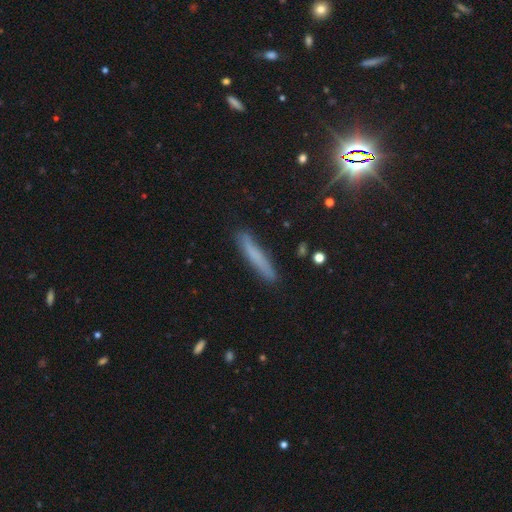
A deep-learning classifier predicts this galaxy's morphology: Smooth or featured?
  - smooth: 65% *
  - featured or disk: 24%
  - star or artifact: 11%
How rounded?
  - cigar-shaped: 94% *
  - in between: 5%
  - round: 1%
Merging?
  - none: 86% *
  - minor disturbance: 11%
  - major disturbance: 2%
  - merger: 1%